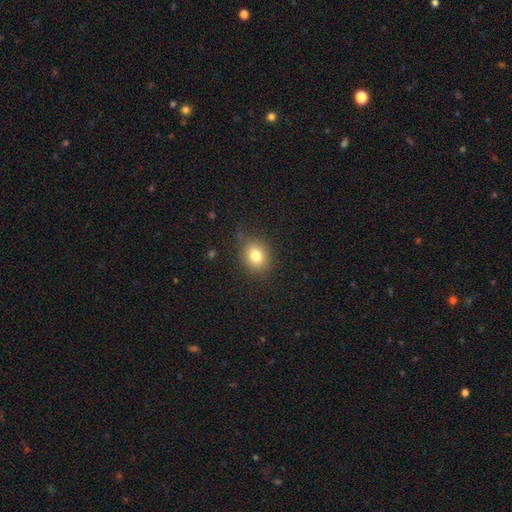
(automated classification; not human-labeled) Smooth or featured?
  - smooth: 79% *
  - star or artifact: 12%
  - featured or disk: 9%
How rounded?
  - round: 61% *
  - in between: 38%
  - cigar-shaped: 1%
Merging?
  - none: 81% *
  - minor disturbance: 14%
  - major disturbance: 4%
  - merger: 1%